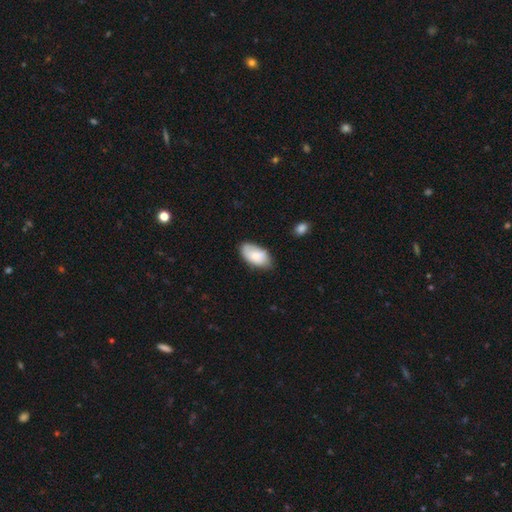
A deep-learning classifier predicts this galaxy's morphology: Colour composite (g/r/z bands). It shows a smooth galaxy with no disk features (78%) that is in between round and cigar-shaped (95%). Merging: none (71%).